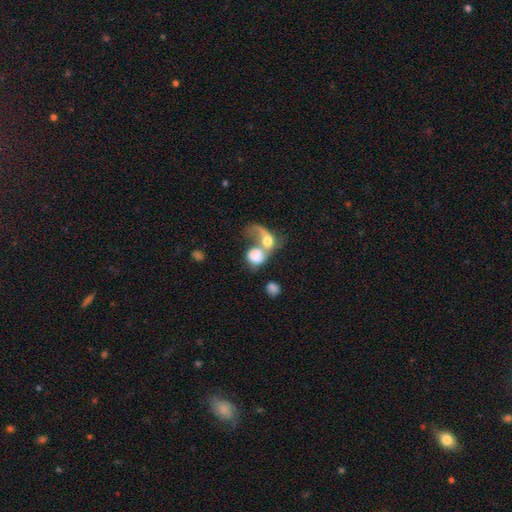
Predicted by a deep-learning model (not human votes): Overall: smooth (54%; featured or disk 37%). How rounded: round (53%; in between 45%). Merging: merger (71%).